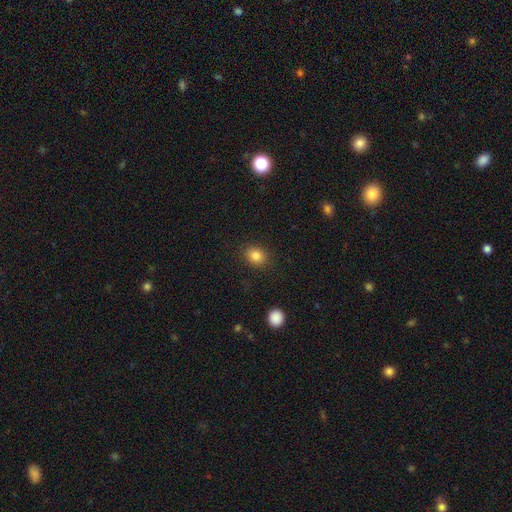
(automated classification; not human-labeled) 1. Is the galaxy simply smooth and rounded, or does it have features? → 84% smooth, 11% star or artifact, 5% featured or disk.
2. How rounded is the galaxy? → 58% round, 41% in between, 1% cigar-shaped.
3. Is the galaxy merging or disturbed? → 88% none, 8% minor disturbance, 3% major disturbance, 1% merger.